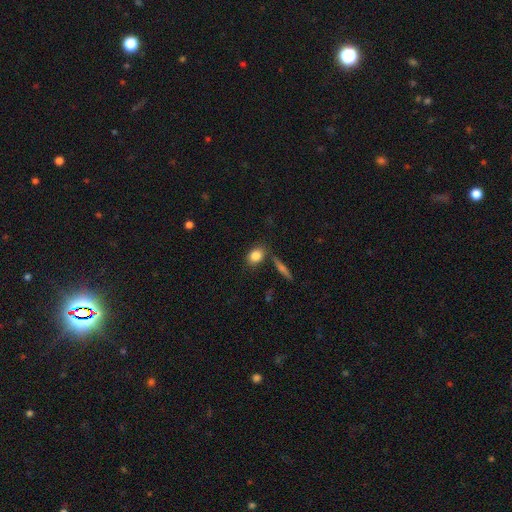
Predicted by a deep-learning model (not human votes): Overall: smooth (84%). How rounded: in between (61%; round 35%). Merging: none (73%).